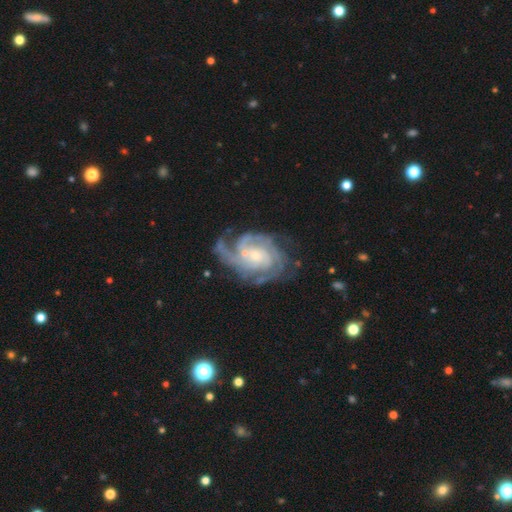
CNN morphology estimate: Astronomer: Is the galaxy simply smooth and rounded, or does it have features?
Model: featured or disk — 90%.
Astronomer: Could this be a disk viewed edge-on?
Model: no — 98%.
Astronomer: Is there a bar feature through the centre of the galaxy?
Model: no — 63%.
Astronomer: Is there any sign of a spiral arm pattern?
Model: yes — 97%.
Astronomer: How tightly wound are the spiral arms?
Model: tight — 58% (runner-up: medium, 35%).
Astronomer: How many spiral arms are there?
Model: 3 — 32% (runner-up: 2, 19%).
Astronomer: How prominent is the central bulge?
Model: small — 59%.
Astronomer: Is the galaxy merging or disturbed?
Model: none — 63%.